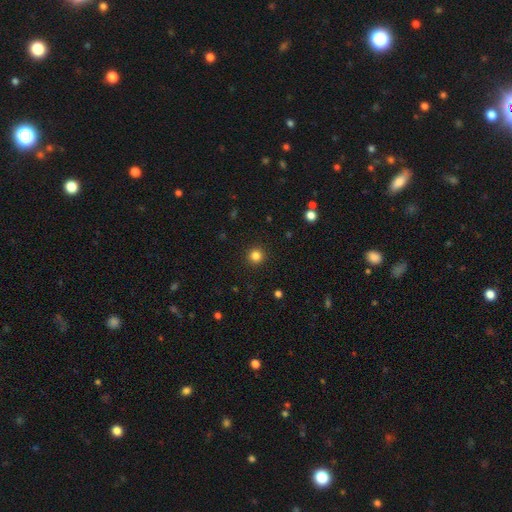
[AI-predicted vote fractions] Morphology: type=smooth (83%); roundness=round (95%); merging=none (93%).